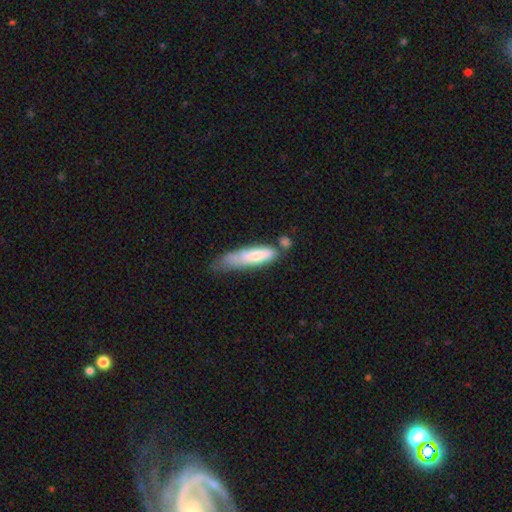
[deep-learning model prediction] The model was most divided on "merging": minor disturbance: 31%, none: 28%, merger: 23%, major disturbance: 18%. More confident: smooth or featured — smooth (70%); how rounded — cigar-shaped (62%).